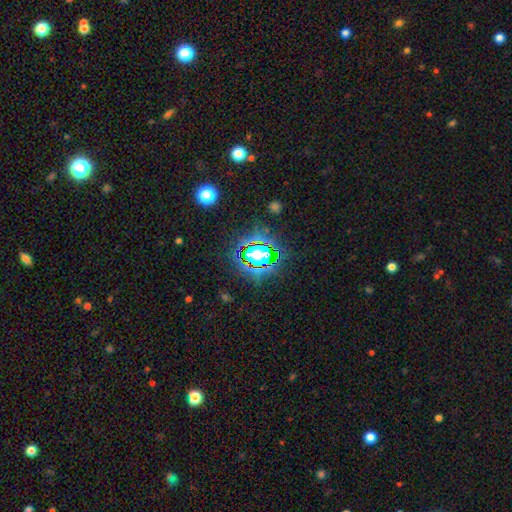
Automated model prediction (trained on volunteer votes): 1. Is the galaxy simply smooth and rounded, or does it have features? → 82% star or artifact, 11% smooth, 7% featured or disk.